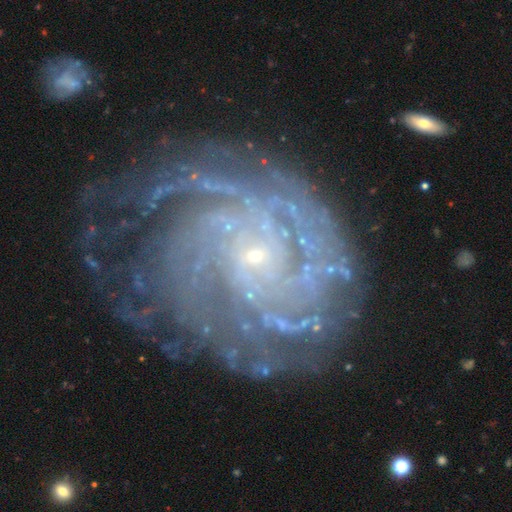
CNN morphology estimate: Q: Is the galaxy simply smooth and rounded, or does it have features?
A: featured or disk — 88%.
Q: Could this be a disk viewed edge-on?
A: no — 97%.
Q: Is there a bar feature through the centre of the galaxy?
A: no — 72%.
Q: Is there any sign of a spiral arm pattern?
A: yes — 97%.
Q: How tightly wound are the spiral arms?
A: tight — 76%.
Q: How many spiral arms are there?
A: more than 4 — 29%.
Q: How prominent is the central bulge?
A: small — 88%.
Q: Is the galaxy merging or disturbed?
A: none — 68%.